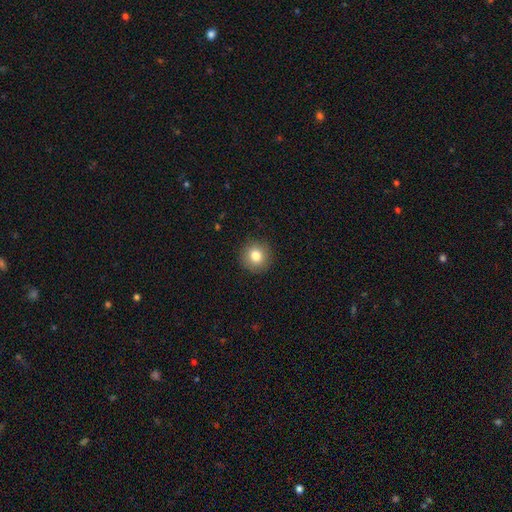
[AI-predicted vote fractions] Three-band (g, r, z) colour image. It shows a smooth galaxy with no disk features (81%) that is round (93%). Merging: none (91%).